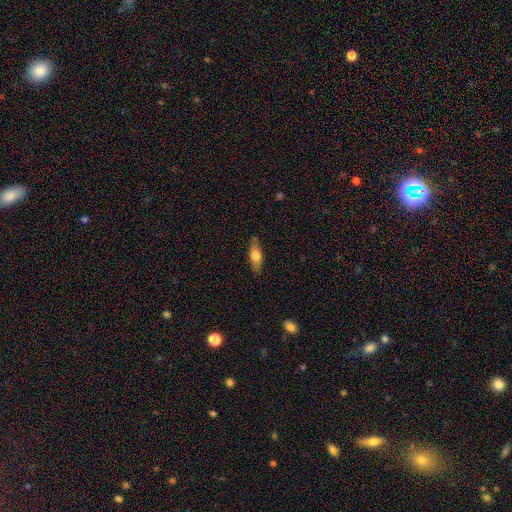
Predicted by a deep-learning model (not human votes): Morphology: type=smooth (64%); roundness=in between (57%); merging=none (82%).